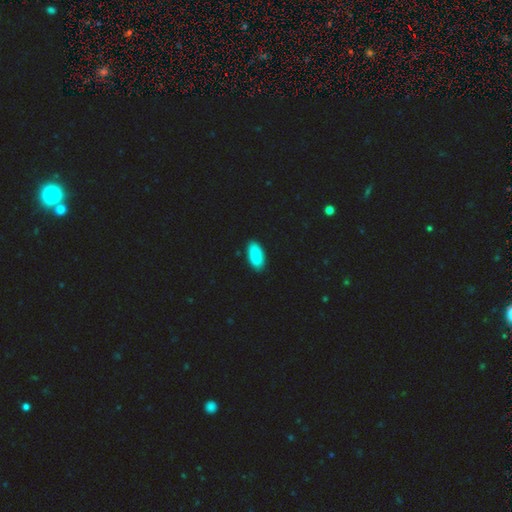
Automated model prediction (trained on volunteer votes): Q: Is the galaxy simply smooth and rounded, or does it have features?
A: smooth — 89%.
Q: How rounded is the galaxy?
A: in between — 92%.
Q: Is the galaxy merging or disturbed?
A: none — 86%.